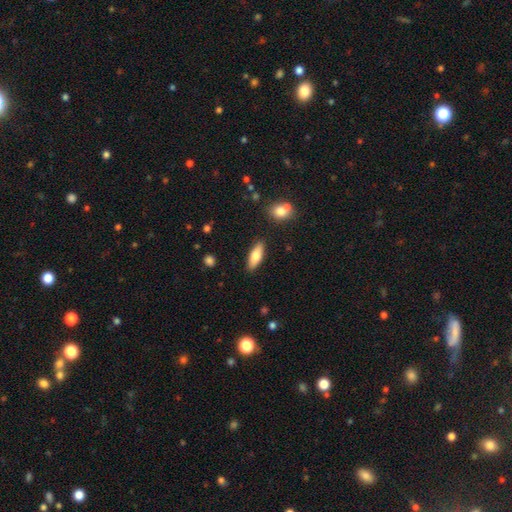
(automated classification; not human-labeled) smooth_or_featured: smooth (p=0.75) [alt: featured or disk p=0.19]
how_rounded: in between (p=0.64) [alt: cigar-shaped p=0.34]
merging: none (p=0.86) [alt: minor disturbance p=0.09]